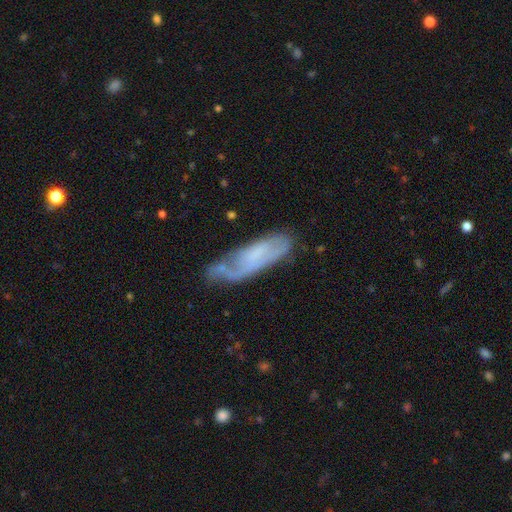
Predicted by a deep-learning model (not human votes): Morphology: type=featured or disk (49%); merging=none (49%).